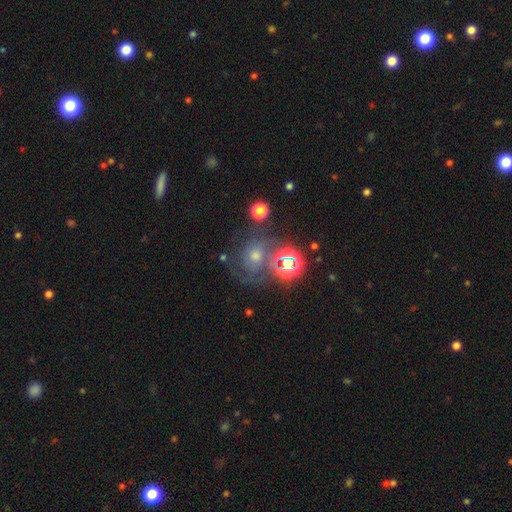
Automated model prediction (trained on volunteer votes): Q: Smooth or featured?
A: star or artifact (41%); runner-up: featured or disk (36%)